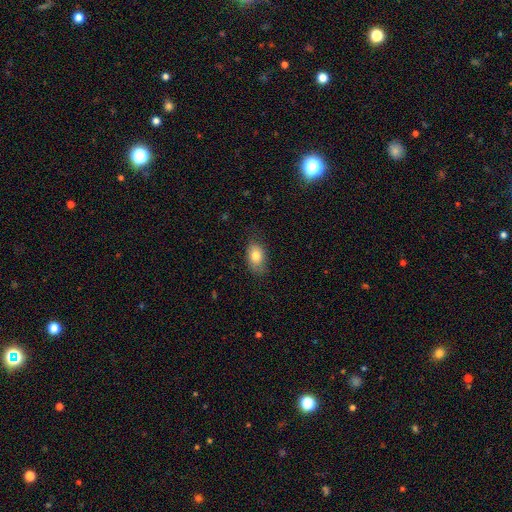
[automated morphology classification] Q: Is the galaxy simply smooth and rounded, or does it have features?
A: smooth — 80%.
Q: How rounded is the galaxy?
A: in between — 88%.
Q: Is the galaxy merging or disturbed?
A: none — 73%.